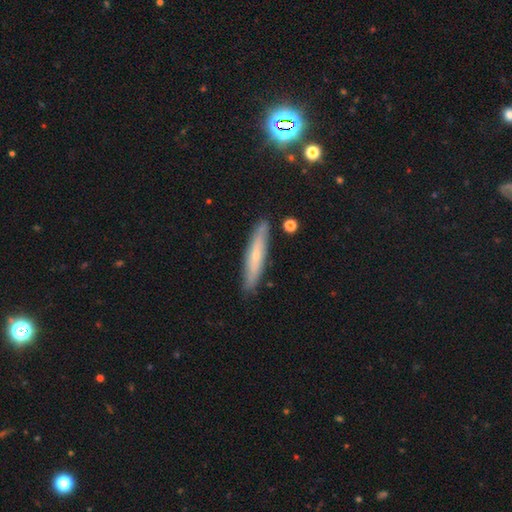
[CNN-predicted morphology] type=smooth (51%); roundness=cigar-shaped (90%); merging=none (86%).